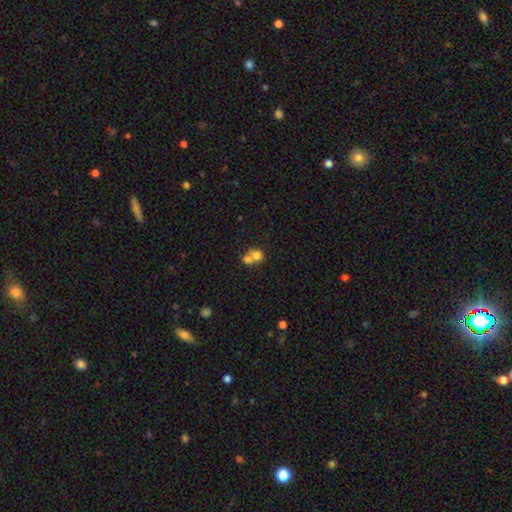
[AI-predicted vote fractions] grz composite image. It shows a smooth galaxy with no disk features (71%) that is round (71%). Merging: merger (67%).